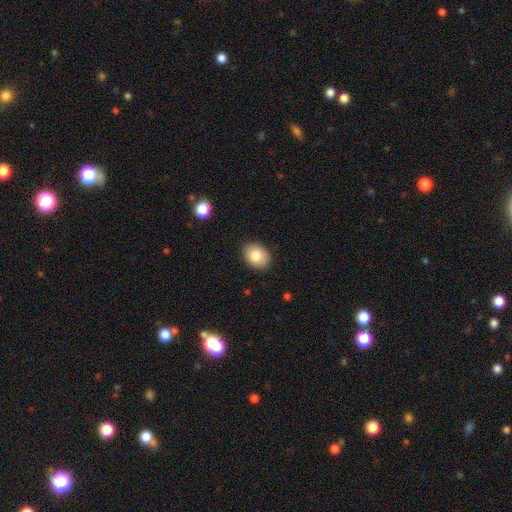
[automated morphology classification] A smooth galaxy with no disk features (83%) that is in between round and cigar-shaped (60%).

Vote fractions:
- Smooth or featured? smooth: 83% / featured or disk: 9% / star or artifact: 8%
- How rounded? in between: 60% / round: 39% / cigar-shaped: 1%
- Merging? none: 88% / minor disturbance: 9% / major disturbance: 2% / merger: 1%